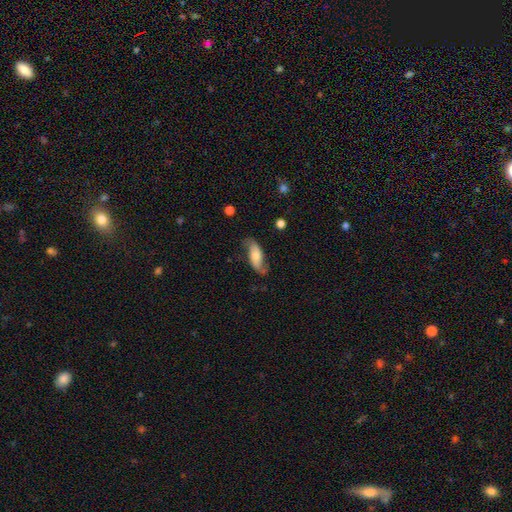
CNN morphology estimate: Smooth or featured: featured or disk — 53% (smooth — 40%)
Edge-on disk: no — 84% (yes — 16%)
Merging: none — 67% (minor disturbance — 22%)